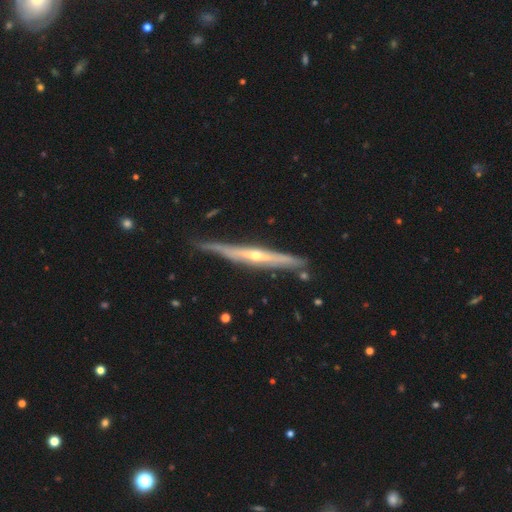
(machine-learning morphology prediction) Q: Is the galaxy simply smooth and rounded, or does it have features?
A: featured or disk — 81%.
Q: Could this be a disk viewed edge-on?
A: yes — 96%.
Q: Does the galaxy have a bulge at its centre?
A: rounded — 80%.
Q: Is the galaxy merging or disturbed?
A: none — 83%.